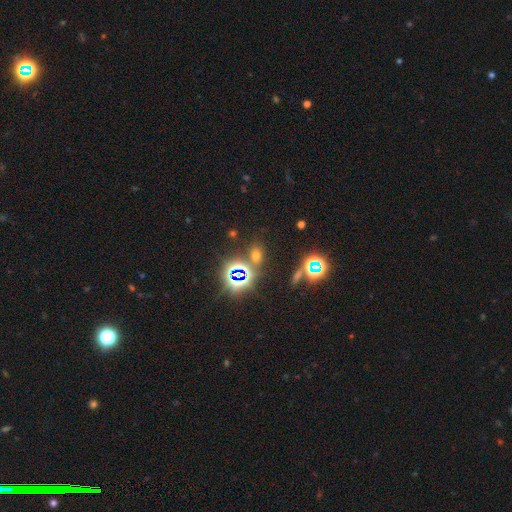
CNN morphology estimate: star or artifact 50%, smooth 43%, featured or disk 8%.